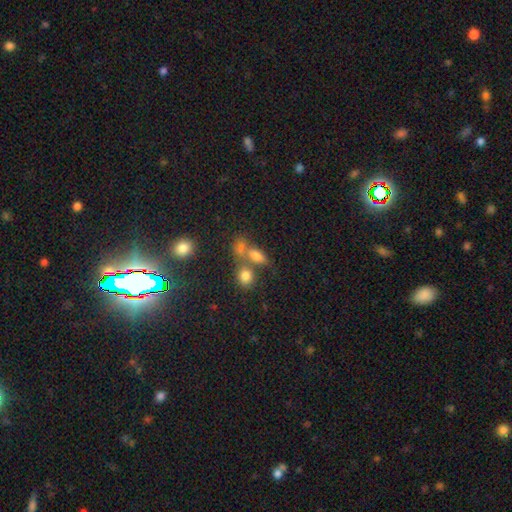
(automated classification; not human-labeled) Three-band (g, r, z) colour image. It shows a smooth galaxy with no disk features (74%) that is in between round and cigar-shaped (77%). Merging: merger (42%).